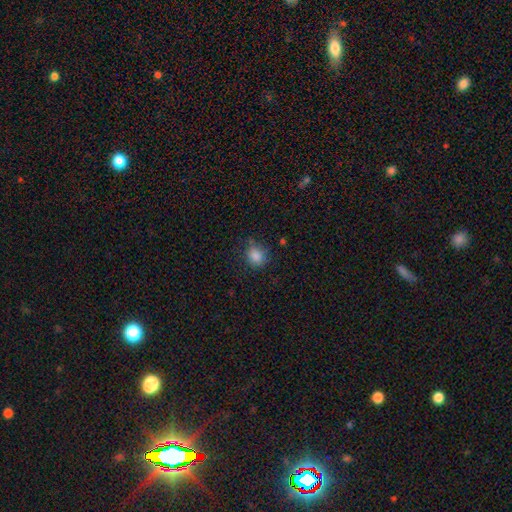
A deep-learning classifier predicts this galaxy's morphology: This is clearly a smooth galaxy (84%). How rounded: likely round (66%). Merging: likely none (71%).